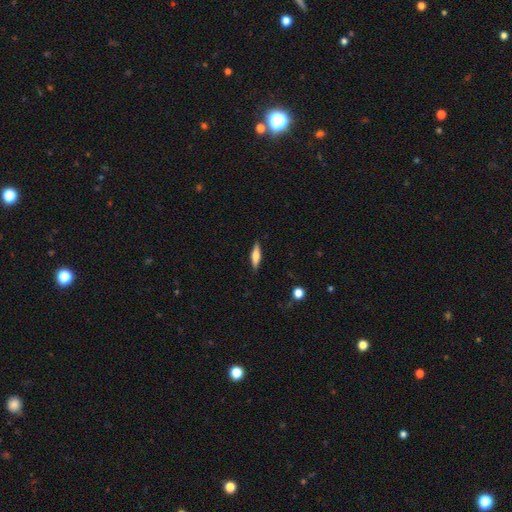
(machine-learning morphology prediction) This appears to be a smooth galaxy with no disk features (53%) that is cigar-shaped (67%). Merging: none (88%).